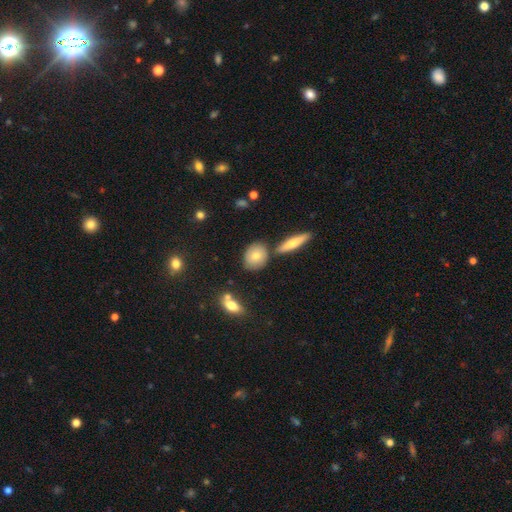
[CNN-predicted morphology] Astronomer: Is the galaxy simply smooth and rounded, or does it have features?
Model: smooth — 74%.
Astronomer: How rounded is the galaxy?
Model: round — 53% (runner-up: in between, 43%).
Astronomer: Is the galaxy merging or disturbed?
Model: none — 77%.